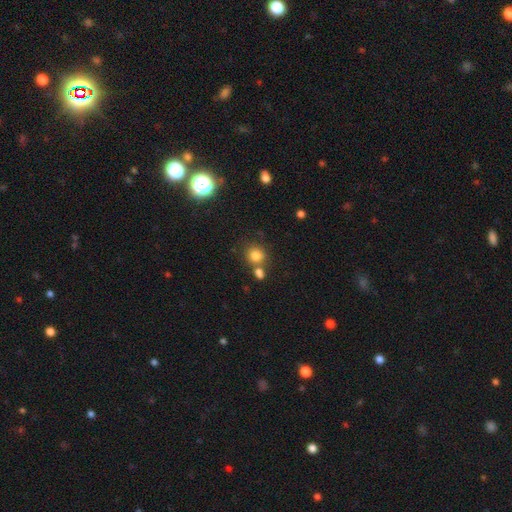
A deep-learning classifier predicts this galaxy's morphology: type=smooth (80%); roundness=round (85%); merging=none (61%).